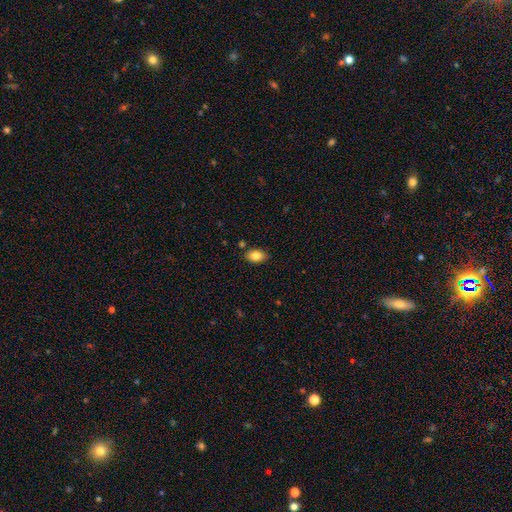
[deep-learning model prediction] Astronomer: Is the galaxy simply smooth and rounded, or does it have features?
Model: smooth — 82%.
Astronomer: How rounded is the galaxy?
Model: in between — 84%.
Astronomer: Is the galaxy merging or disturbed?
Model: none — 83%.